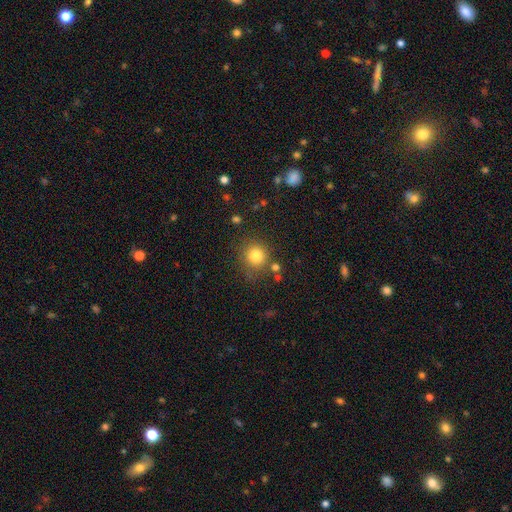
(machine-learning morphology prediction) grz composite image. It shows a smooth galaxy with no disk features (81%) that is round (90%). Merging: none (79%).